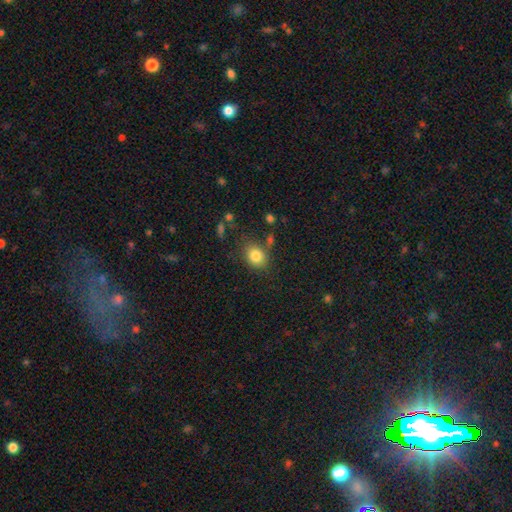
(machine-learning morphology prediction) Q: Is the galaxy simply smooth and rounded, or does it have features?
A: smooth — 83%.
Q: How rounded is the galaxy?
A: in between — 52%.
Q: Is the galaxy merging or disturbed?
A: none — 74%.